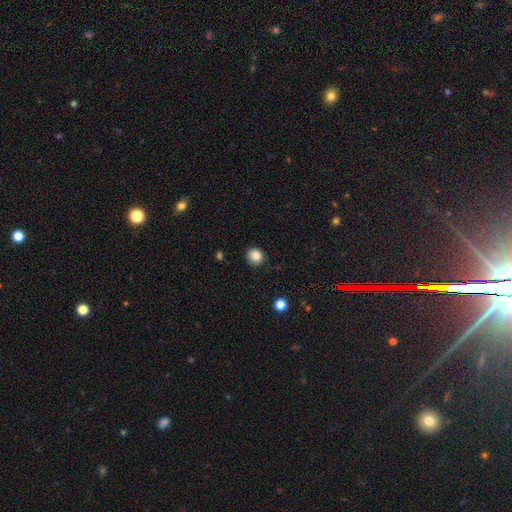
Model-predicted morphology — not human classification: Overall: smooth (86%). How rounded: round (84%). Merging: none (88%).